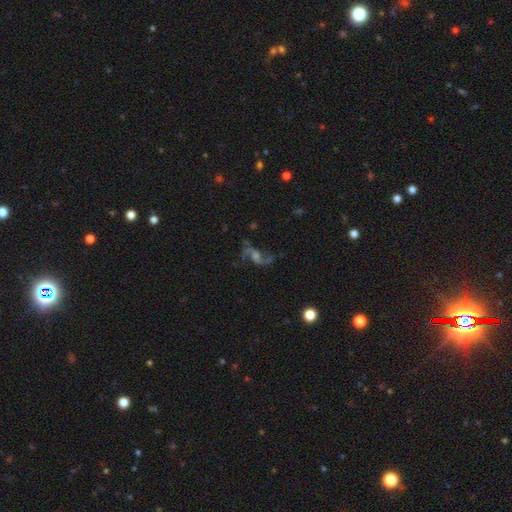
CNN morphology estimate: This is likely a featured or disk galaxy (77%). It is clearly not viewed edge-on (95%). Bar: possibly no (45%). Spiral arm pattern: clearly yes (93%). Spiral arm count: clearly 2 (90%). Spiral winding: likely loose (79%). Central bulge: marginally moderate (37%). Merging: likely none (67%).